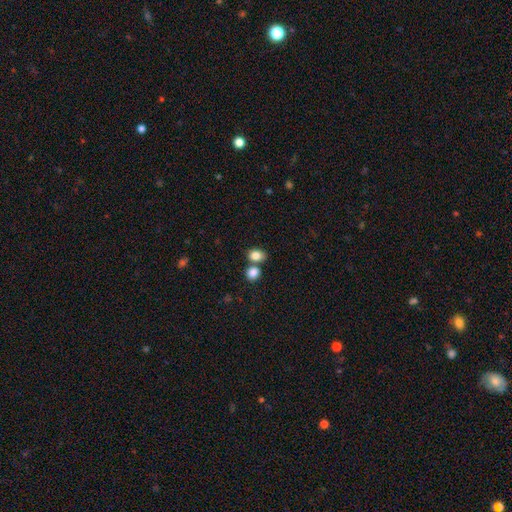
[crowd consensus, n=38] A smooth galaxy with no disk features (87%) that is round (61%).

Vote fractions:
- Smooth or featured? smooth: 87% / featured or disk: 8% / star or artifact: 5%
- How rounded? round: 61% / in between: 39% / cigar-shaped: 0%
- Merging? none: 53% / merger: 22% / minor disturbance: 19% / major disturbance: 6%